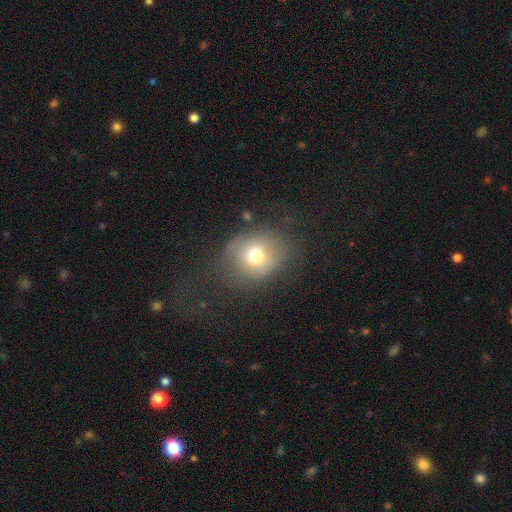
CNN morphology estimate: Smooth or featured?
  - smooth: 65% *
  - featured or disk: 20%
  - star or artifact: 15%
How rounded?
  - round: 67% *
  - in between: 32%
  - cigar-shaped: 1%
Merging?
  - none: 61% *
  - minor disturbance: 21%
  - major disturbance: 16%
  - merger: 2%